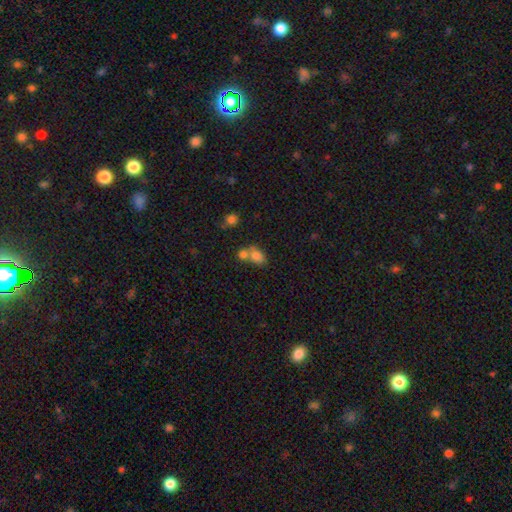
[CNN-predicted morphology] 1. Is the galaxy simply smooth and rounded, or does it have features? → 78% smooth, 11% star or artifact, 11% featured or disk.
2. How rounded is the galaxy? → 73% in between, 26% round, 2% cigar-shaped.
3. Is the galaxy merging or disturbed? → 51% merger, 34% none, 10% minor disturbance, 5% major disturbance.